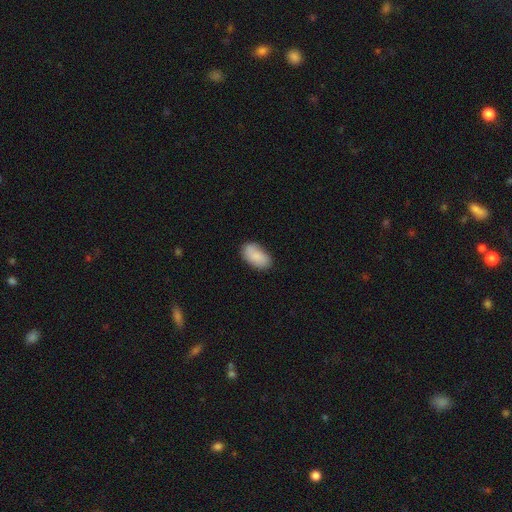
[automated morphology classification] Smooth or featured? smooth (84%)
How rounded? in between (94%)
Merging? none (78%)